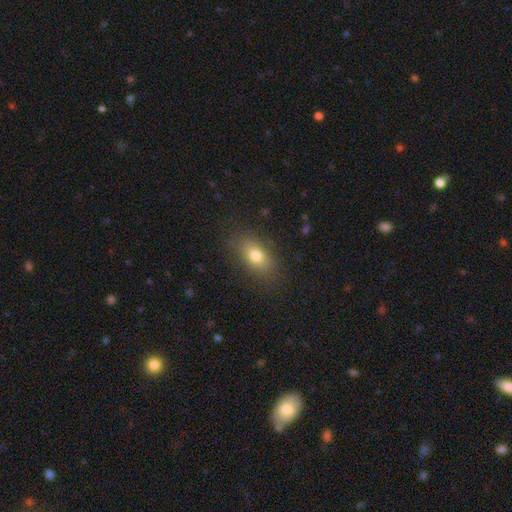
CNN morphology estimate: This appears to be a smooth galaxy with no disk features (76%) that is in between round and cigar-shaped (83%). Merging: none (83%).